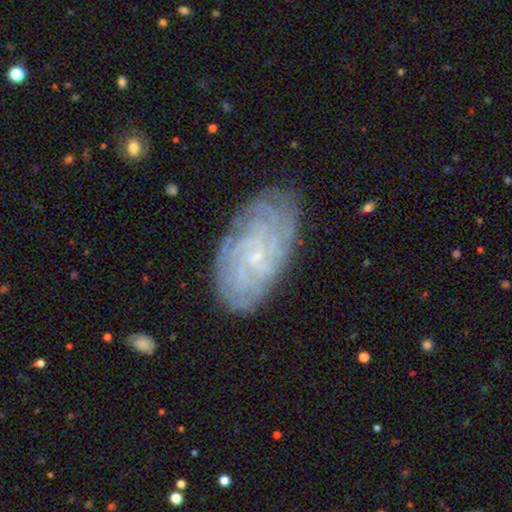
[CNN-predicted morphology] smooth-or-featured: featured or disk: 77% | smooth: 15% | star or artifact: 8%
  disk-edge-on: no: 95% | yes: 5%
    bar: no: 68% | weak: 26% | strong: 6%
    has-spiral-arms: yes: 93% | no: 7%
      spiral-winding: tight: 78% | medium: 17% | loose: 5%
      spiral-arm-count: can't tell: 44% | more than 4: 18% | 4: 15% | 3: 9% | 2: 8% | 1: 6%
    bulge-size: small: 84% | moderate: 9% | none: 4% | large: 1% | dominant: 1%
  merging: none: 80% | minor disturbance: 15% | major disturbance: 4% | merger: 1%